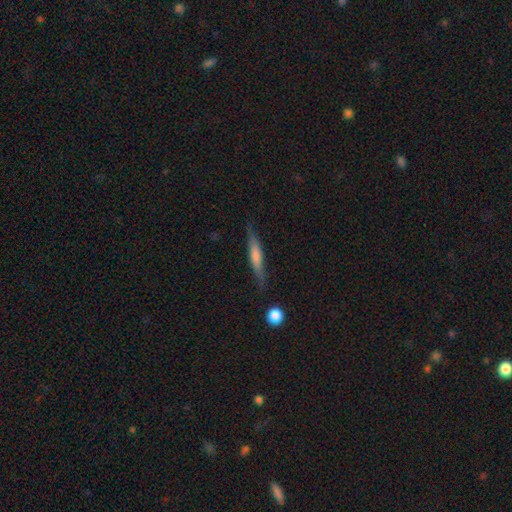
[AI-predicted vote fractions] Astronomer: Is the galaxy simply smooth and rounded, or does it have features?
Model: featured or disk — 52% (runner-up: smooth, 40%).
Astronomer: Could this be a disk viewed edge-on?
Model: yes — 94%.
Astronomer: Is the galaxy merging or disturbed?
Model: none — 84%.